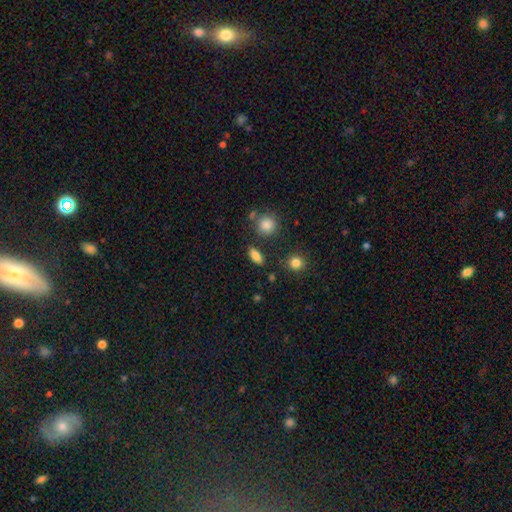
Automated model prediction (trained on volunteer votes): Overall: smooth (83%). How rounded: in between (78%). Merging: none (81%).